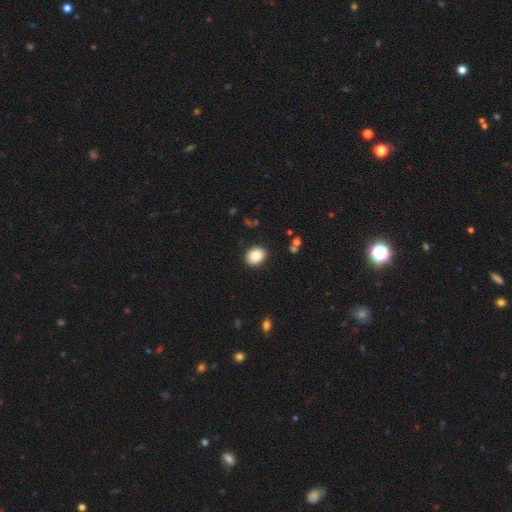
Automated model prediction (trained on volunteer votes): A smooth galaxy with no disk features (86%) that is round (58%).

Vote fractions:
- Smooth or featured? smooth: 86% / star or artifact: 8% / featured or disk: 6%
- How rounded? round: 58% / in between: 41% / cigar-shaped: 1%
- Merging? none: 89% / minor disturbance: 7% / major disturbance: 2% / merger: 1%